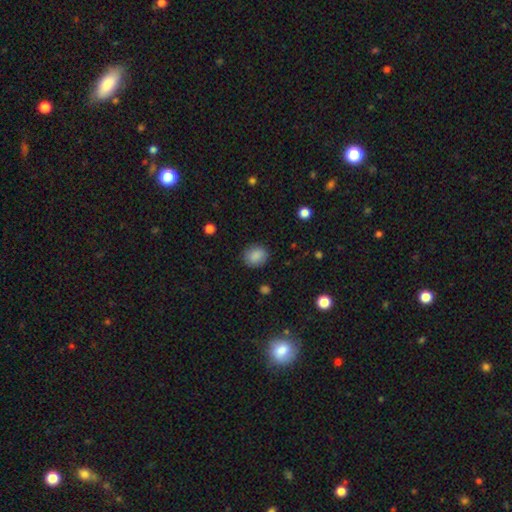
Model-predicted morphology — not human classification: The model was most divided on "how rounded": round: 72%, in between: 27%, cigar-shaped: 1%. More confident: smooth or featured — smooth (87%); merging — none (87%).